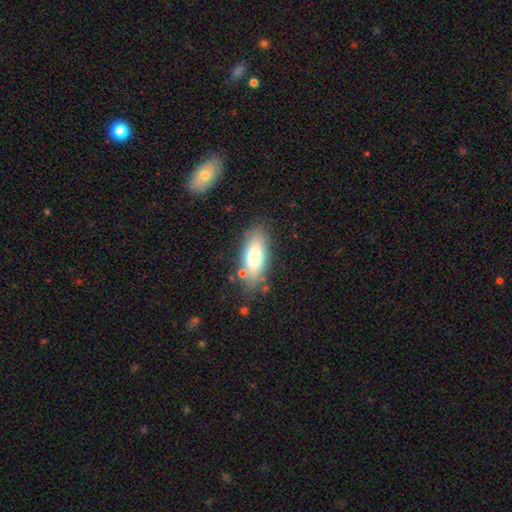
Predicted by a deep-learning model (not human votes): smooth-or-featured: smooth: 72% | featured or disk: 21% | star or artifact: 7%
  how-rounded: in between: 77% | cigar-shaped: 21% | round: 2%
  merging: none: 78% | minor disturbance: 14% | merger: 5% | major disturbance: 3%